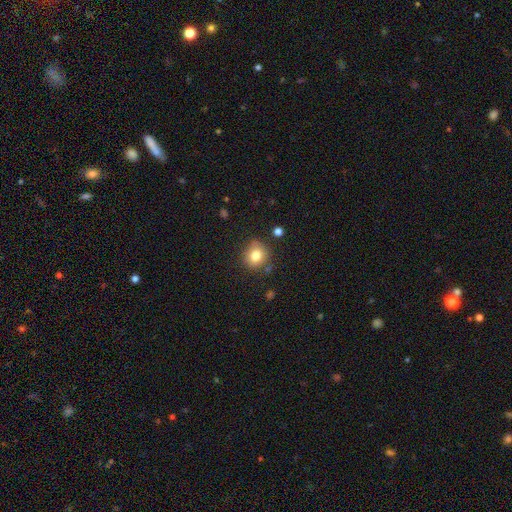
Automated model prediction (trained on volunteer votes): Smooth or featured?
  - smooth: 79% *
  - star or artifact: 11%
  - featured or disk: 10%
How rounded?
  - round: 83% *
  - in between: 16%
  - cigar-shaped: 1%
Merging?
  - none: 79% *
  - minor disturbance: 14%
  - major disturbance: 4%
  - merger: 4%